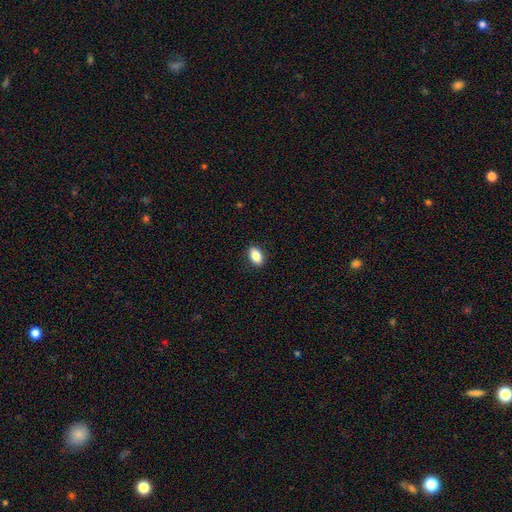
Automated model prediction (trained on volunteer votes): Overall: smooth (87%). How rounded: in between (89%). Merging: none (89%).